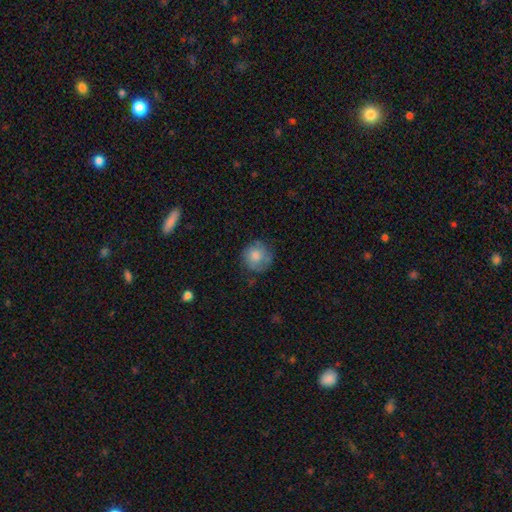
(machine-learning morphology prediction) Smooth or featured? Predicted: smooth (p=0.77). How rounded? Predicted: round (p=0.91). Merging? Predicted: none (p=0.70).